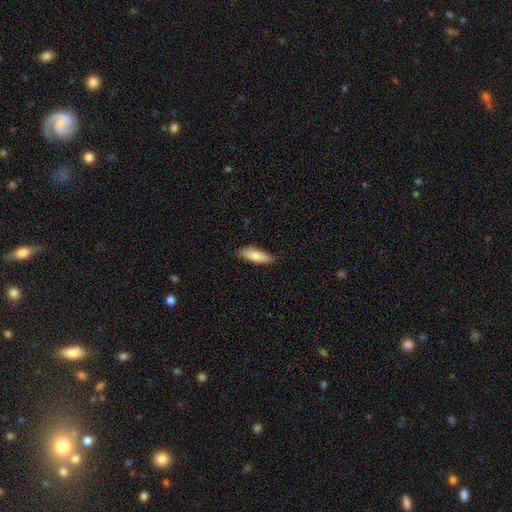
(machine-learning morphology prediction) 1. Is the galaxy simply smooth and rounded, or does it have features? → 78% smooth, 16% featured or disk, 6% star or artifact.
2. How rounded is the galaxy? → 55% in between, 43% cigar-shaped, 2% round.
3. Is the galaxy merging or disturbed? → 85% none, 12% minor disturbance, 2% major disturbance, 1% merger.